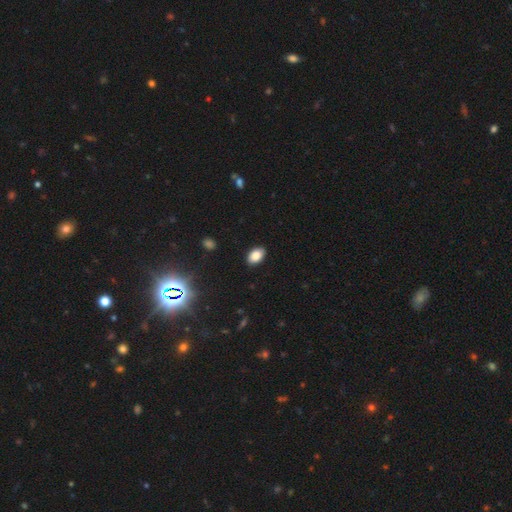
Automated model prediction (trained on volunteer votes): A smooth galaxy with no disk features (85%) that is in between round and cigar-shaped (88%).

Vote fractions:
- Smooth or featured? smooth: 85% / star or artifact: 10% / featured or disk: 5%
- How rounded? in between: 88% / round: 11% / cigar-shaped: 1%
- Merging? none: 87% / minor disturbance: 10% / major disturbance: 2% / merger: 1%